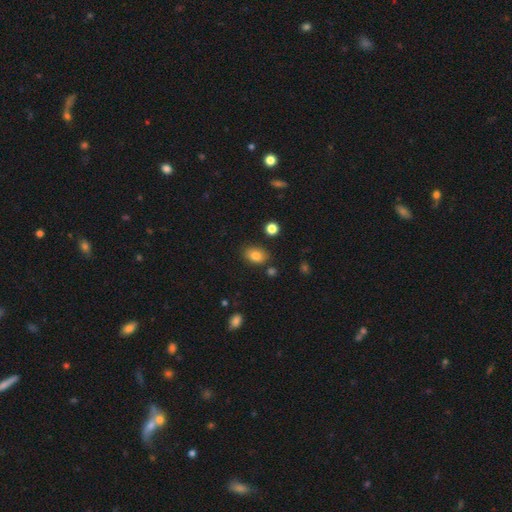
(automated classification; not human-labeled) Morphology: type=smooth (81%); roundness=in between (77%); merging=none (80%).